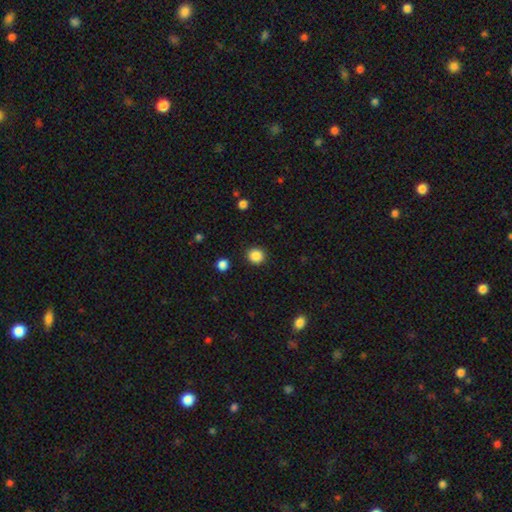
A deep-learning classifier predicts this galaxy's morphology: Smooth or featured: smooth — 86% (star or artifact — 11%)
How rounded: round — 90% (in between — 9%)
Merging: none — 91% (minor disturbance — 6%)